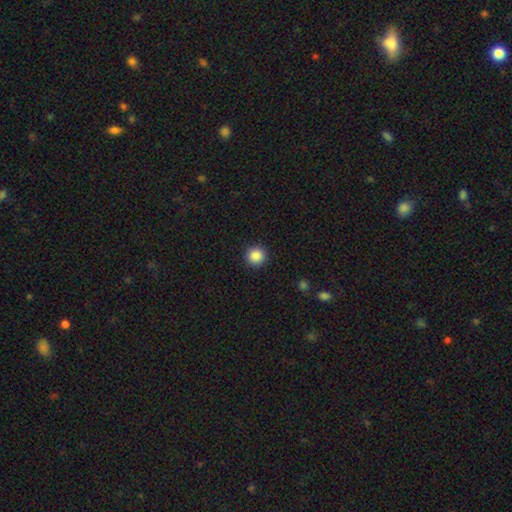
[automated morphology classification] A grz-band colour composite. It shows a smooth galaxy with no disk features (88%) that is round (94%). Merging: none (92%).